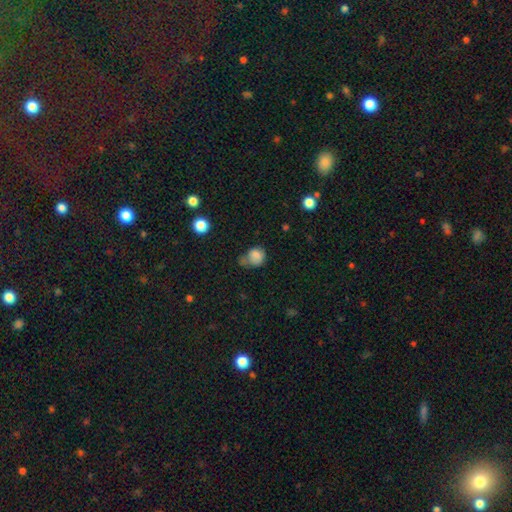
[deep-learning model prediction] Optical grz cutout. It shows a smooth galaxy with no disk features (80%) that is round (68%). Merging: none (36%).